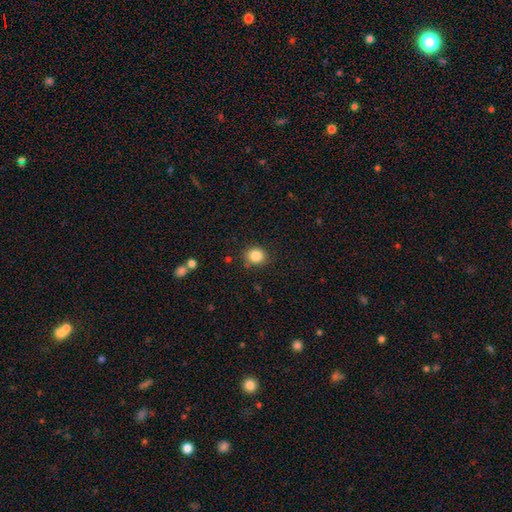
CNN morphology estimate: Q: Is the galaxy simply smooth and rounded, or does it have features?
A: smooth — 85%.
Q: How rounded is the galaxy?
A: round — 79%.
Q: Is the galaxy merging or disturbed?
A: none — 85%.